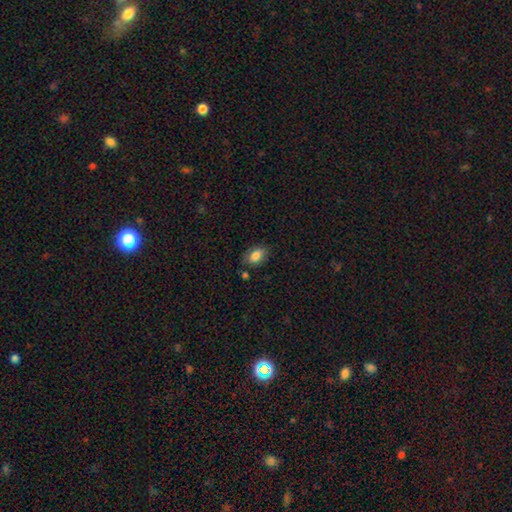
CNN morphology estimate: smooth_or_featured: smooth (p=0.84) [alt: star or artifact p=0.08]
how_rounded: in between (p=0.87) [alt: round p=0.11]
merging: none (p=0.76) [alt: minor disturbance p=0.17]